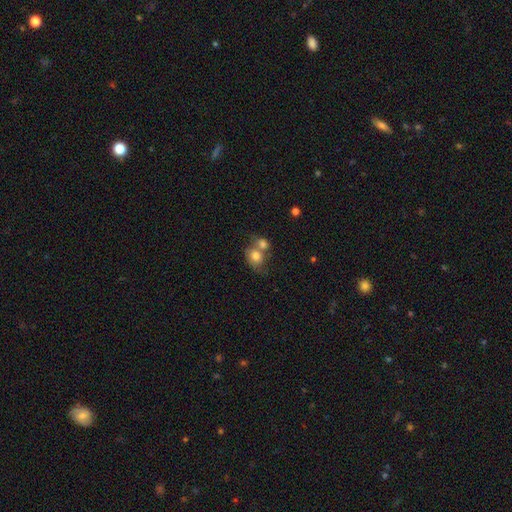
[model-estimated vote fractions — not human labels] The model was most divided on "how rounded": round: 58%, in between: 41%, cigar-shaped: 1%. More confident: smooth or featured — smooth (75%); merging — merger (60%).